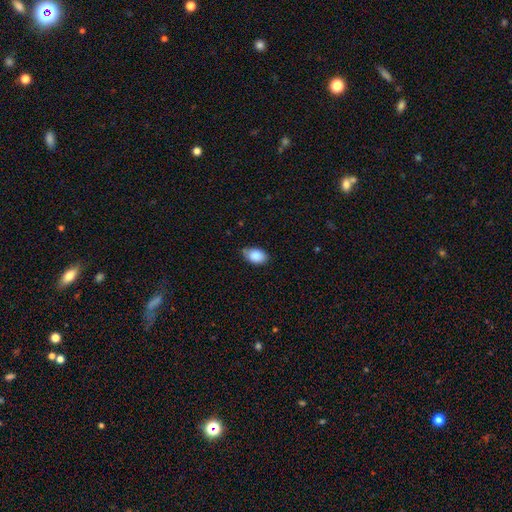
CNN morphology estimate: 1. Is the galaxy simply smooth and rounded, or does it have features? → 87% smooth, 7% star or artifact, 6% featured or disk.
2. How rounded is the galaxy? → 90% in between, 9% round, 1% cigar-shaped.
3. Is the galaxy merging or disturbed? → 69% none, 26% minor disturbance, 4% major disturbance, 1% merger.